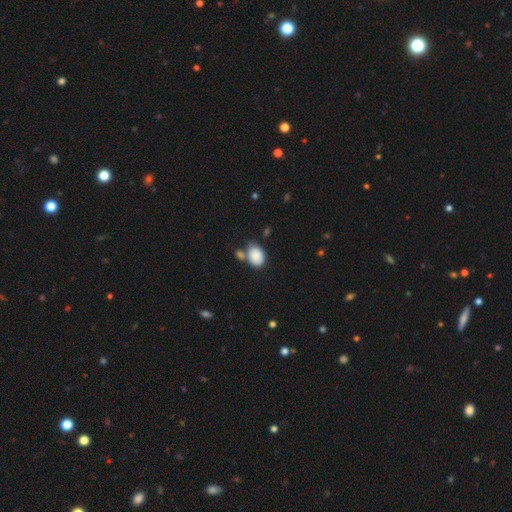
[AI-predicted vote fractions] smooth_or_featured: smooth (p=0.86) [alt: star or artifact p=0.07]
how_rounded: in between (p=0.74) [alt: round p=0.25]
merging: none (p=0.50) [alt: merger p=0.26]